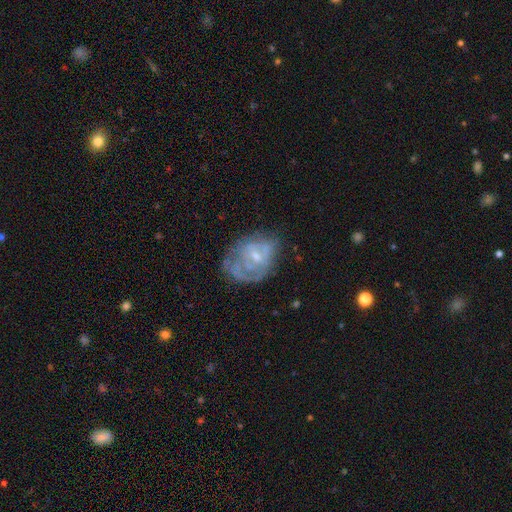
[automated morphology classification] Q: Smooth or featured?
A: featured or disk (68%); runner-up: smooth (24%)
Q: Edge-on disk?
A: no (97%); runner-up: yes (3%)
Q: Bar?
A: no (59%); runner-up: weak (35%)
Q: Spiral arms?
A: yes (57%); runner-up: no (43%)
Q: Bulge size?
A: small (56%); runner-up: moderate (34%)
Q: Merging?
A: none (46%); runner-up: minor disturbance (27%)